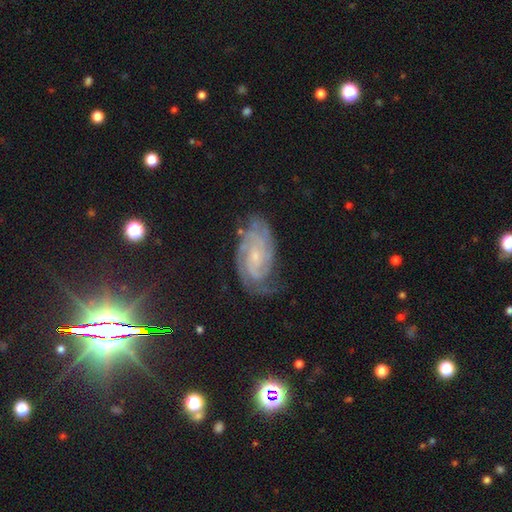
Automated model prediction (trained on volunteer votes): A featured or disk galaxy (82%) with no bar (60%), tight (69%) spiral arms (97%) and a small central bulge (76%).

Vote fractions:
- Smooth or featured? featured or disk: 82% / star or artifact: 9% / smooth: 9%
- Edge-on disk? no: 96% / yes: 4%
- Bar? no: 60% / weak: 33% / strong: 8%
- Spiral arms? yes: 97% / no: 3%
- Spiral winding? tight: 69% / medium: 26% / loose: 5%
- Spiral arm count? can't tell: 30% / 2: 28% / 3: 20% / 4: 10% / more than 4: 6% / 1: 6%
- Bulge size? small: 76% / moderate: 14% / none: 7% / large: 1% / dominant: 1%
- Merging? none: 70% / minor disturbance: 20% / major disturbance: 7% / merger: 2%